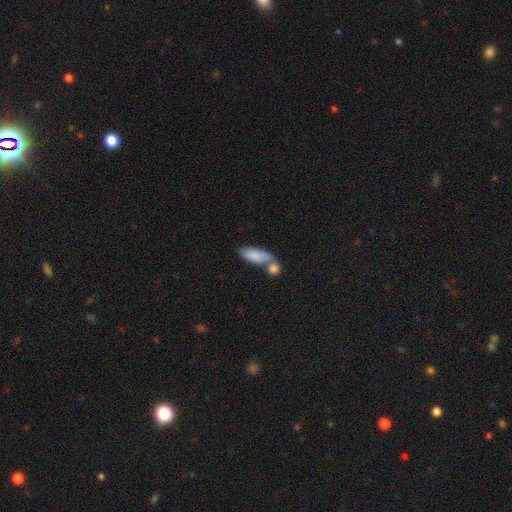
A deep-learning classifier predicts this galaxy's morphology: A smooth galaxy with no disk features (82%) that is in between round and cigar-shaped (80%). Merging: merger (46%).